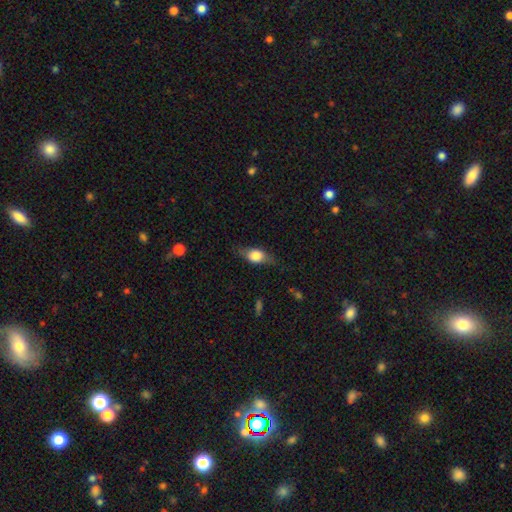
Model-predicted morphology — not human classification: Smooth or featured? Predicted: smooth (p=0.59). How rounded? Predicted: in between (p=0.71). Merging? Predicted: none (p=0.72).